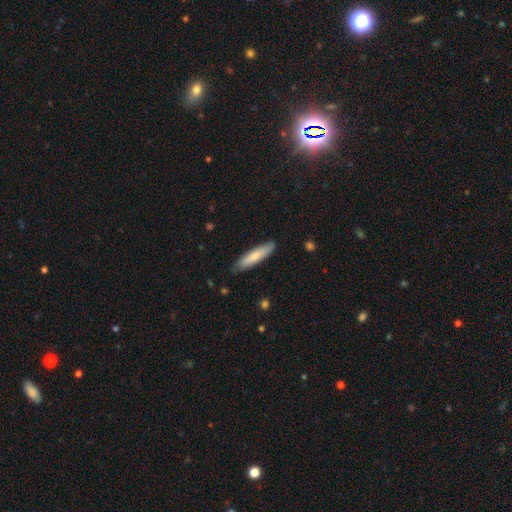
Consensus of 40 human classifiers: smooth_or_featured: smooth (p=0.78) [alt: featured or disk p=0.17]
how_rounded: cigar-shaped (p=0.87) [alt: in between p=0.13]
merging: none (p=0.87) [alt: minor disturbance p=0.13]